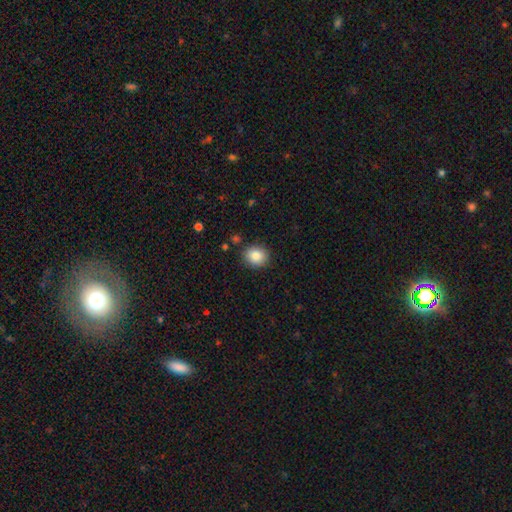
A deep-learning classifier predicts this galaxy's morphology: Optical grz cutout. It shows a smooth galaxy with no disk features (86%) that is round (76%). Merging: none (87%).